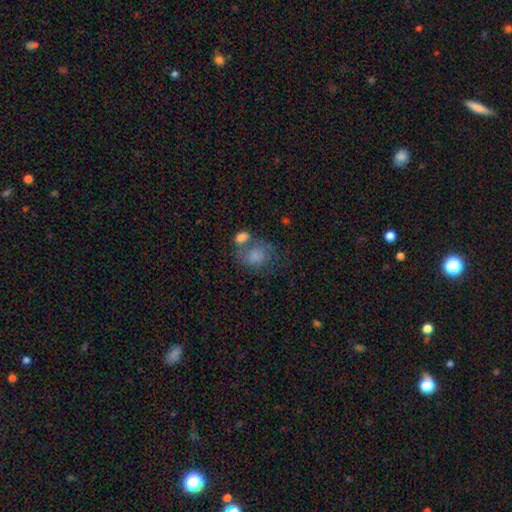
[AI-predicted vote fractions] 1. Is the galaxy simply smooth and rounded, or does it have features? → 71% smooth, 20% featured or disk, 9% star or artifact.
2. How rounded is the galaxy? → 50% in between, 49% round, 1% cigar-shaped.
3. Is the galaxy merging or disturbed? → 36% merger, 31% none, 17% minor disturbance, 16% major disturbance.